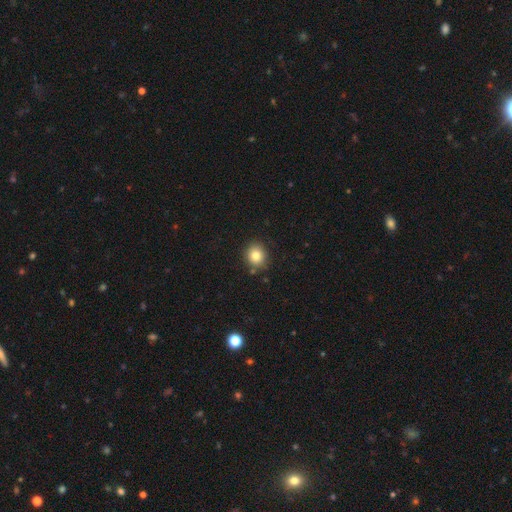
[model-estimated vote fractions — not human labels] Smooth or featured?
  - smooth: 83% *
  - star or artifact: 11%
  - featured or disk: 7%
How rounded?
  - round: 79% *
  - in between: 20%
  - cigar-shaped: 1%
Merging?
  - none: 84% *
  - minor disturbance: 10%
  - merger: 3%
  - major disturbance: 2%